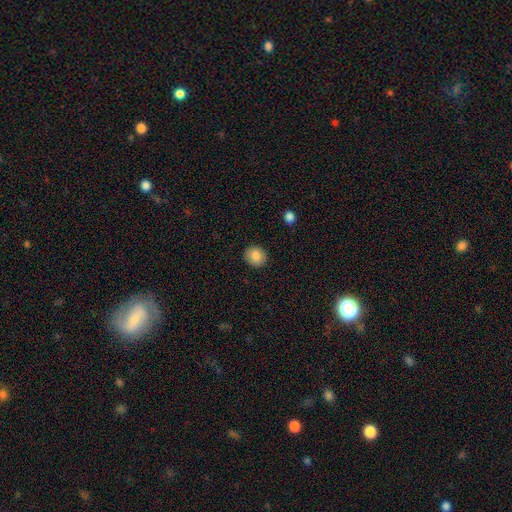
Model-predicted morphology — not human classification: Q: Smooth or featured?
A: smooth (84%); runner-up: star or artifact (8%)
Q: How rounded?
A: round (79%); runner-up: in between (20%)
Q: Merging?
A: none (90%); runner-up: minor disturbance (7%)